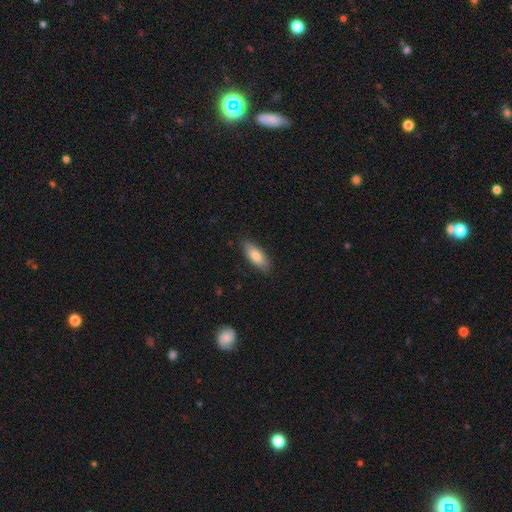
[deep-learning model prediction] A smooth galaxy with no disk features (78%) that is in between round and cigar-shaped (74%). Merging: none (85%).